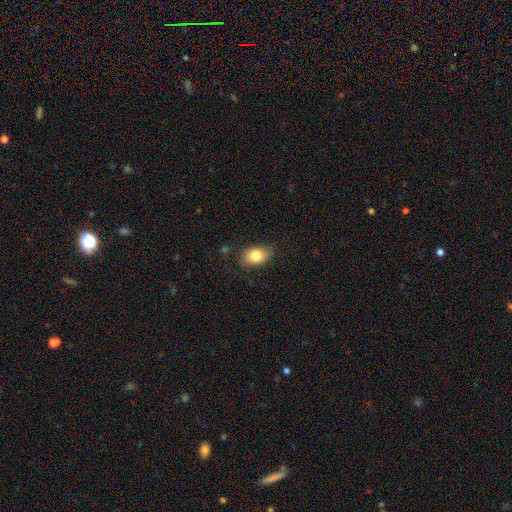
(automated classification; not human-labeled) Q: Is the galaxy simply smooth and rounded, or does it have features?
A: smooth — 82%.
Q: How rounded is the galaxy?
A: in between — 84%.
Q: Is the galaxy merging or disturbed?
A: none — 81%.